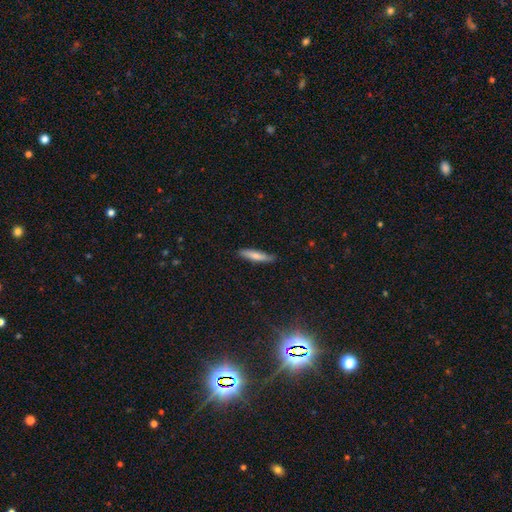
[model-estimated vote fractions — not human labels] The model was most divided on "smooth or featured": smooth: 72%, featured or disk: 22%, star or artifact: 6%. More confident: merging — none (83%); how rounded — cigar-shaped (83%).